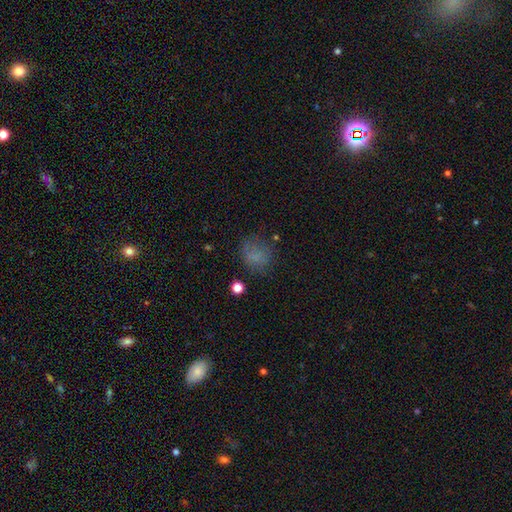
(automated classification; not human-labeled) smooth_or_featured: smooth (p=0.70) [alt: star or artifact p=0.17]
how_rounded: round (p=0.68) [alt: in between p=0.31]
merging: none (p=0.62) [alt: minor disturbance p=0.22]